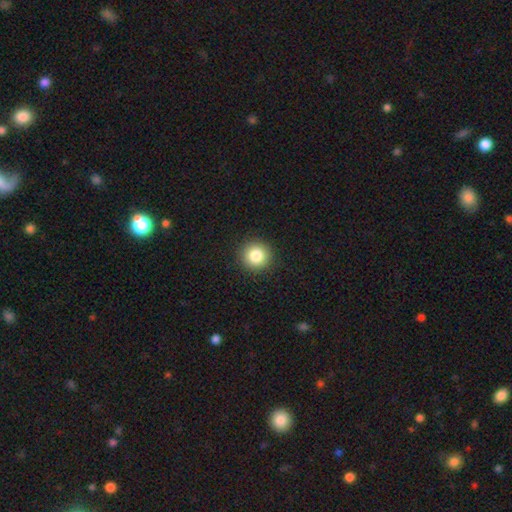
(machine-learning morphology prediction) This appears to be a smooth galaxy with no disk features (83%) that is round (95%). Merging: none (92%).